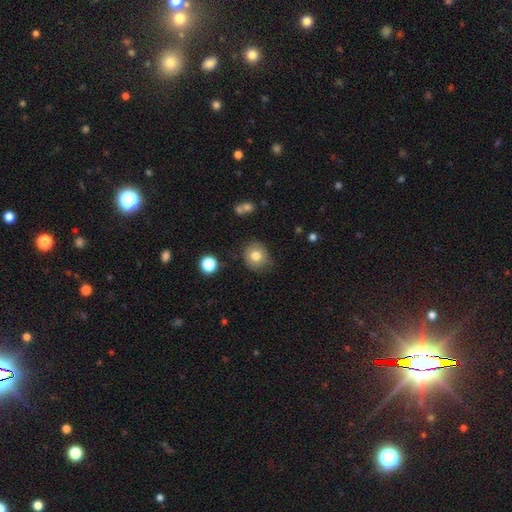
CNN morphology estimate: This appears to be a smooth galaxy with no disk features (78%) that is round (82%). Merging: none (80%).